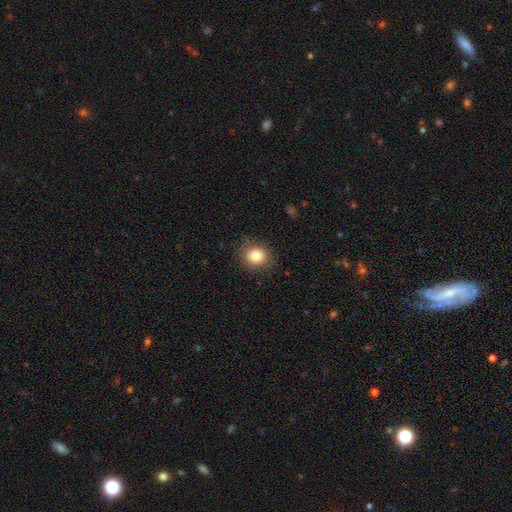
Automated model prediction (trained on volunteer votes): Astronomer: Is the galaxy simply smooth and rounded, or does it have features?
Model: smooth — 82%.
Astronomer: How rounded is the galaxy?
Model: round — 76%.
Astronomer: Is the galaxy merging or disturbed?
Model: none — 85%.